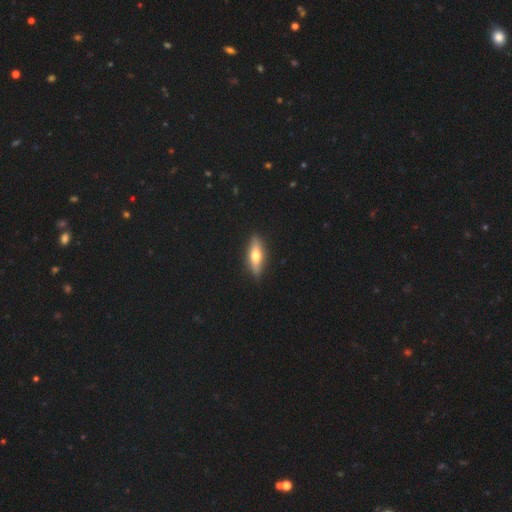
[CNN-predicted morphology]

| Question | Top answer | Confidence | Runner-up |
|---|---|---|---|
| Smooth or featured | smooth | 50% | featured or disk (44%) |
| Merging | none | 88% | minor disturbance (9%) |